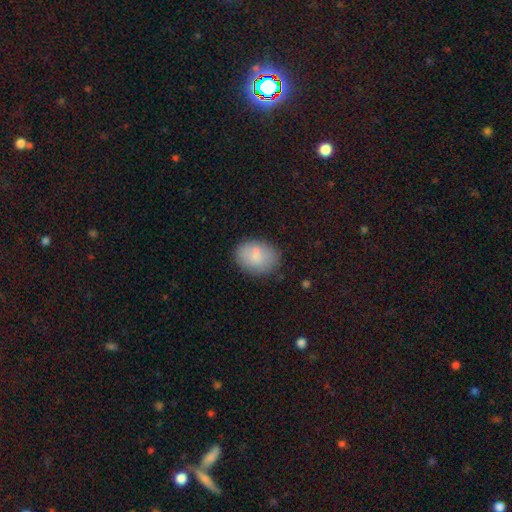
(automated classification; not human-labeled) A smooth galaxy with no disk features (82%) that is in between round and cigar-shaped (71%). Merging: none (75%).